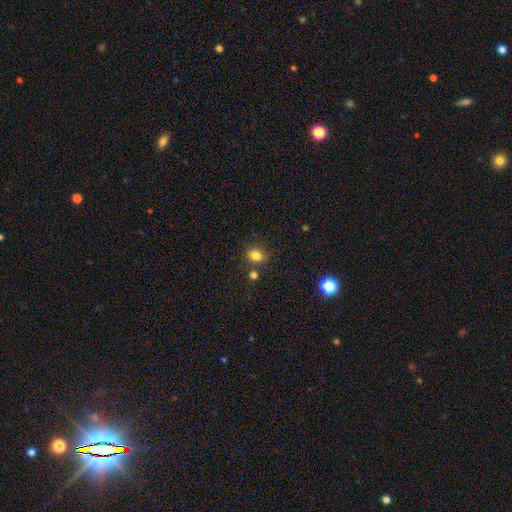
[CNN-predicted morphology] Smooth or featured: smooth — 72% (star or artifact — 19%)
How rounded: round — 65% (in between — 33%)
Merging: none — 59% (merger — 23%)